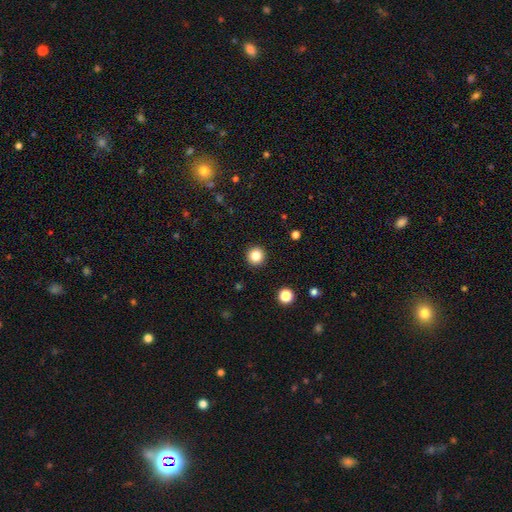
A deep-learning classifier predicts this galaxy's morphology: Overall: smooth (83%). How rounded: round (95%). Merging: none (93%).